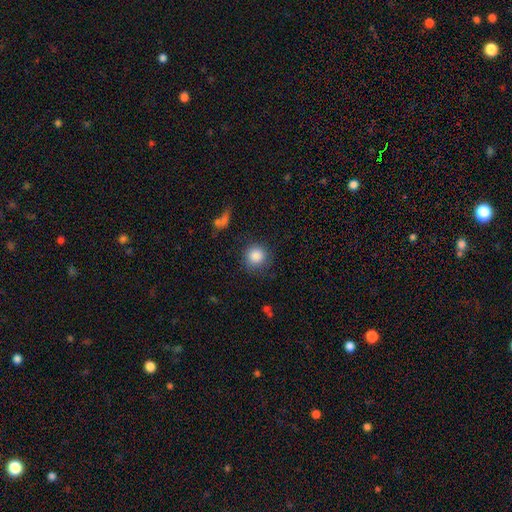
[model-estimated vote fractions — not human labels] smooth-or-featured: smooth: 86% | star or artifact: 9% | featured or disk: 5%
  how-rounded: round: 92% | in between: 7% | cigar-shaped: 1%
  merging: none: 80% | minor disturbance: 12% | major disturbance: 5% | merger: 3%